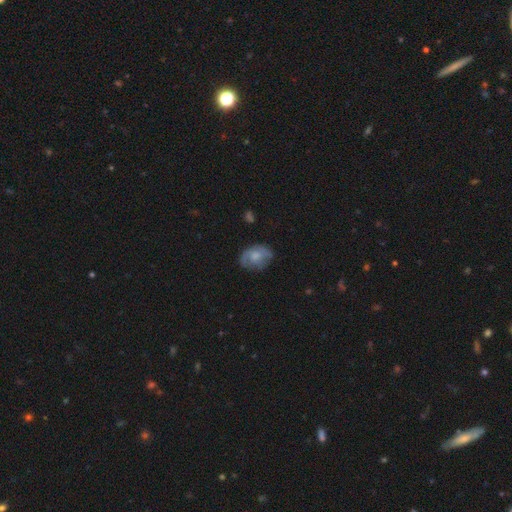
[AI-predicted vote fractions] Overall: smooth (56%; featured or disk 37%). How rounded: in between (73%). Merging: none (62%; minor disturbance 26%).